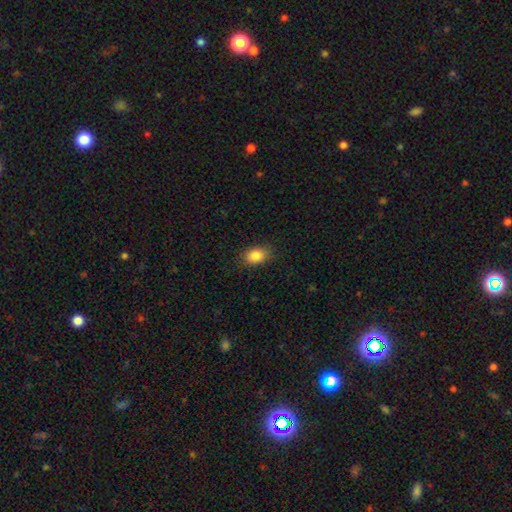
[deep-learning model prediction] This appears to be a smooth galaxy with no disk features (85%) that is in between round and cigar-shaped (80%). Merging: none (87%).